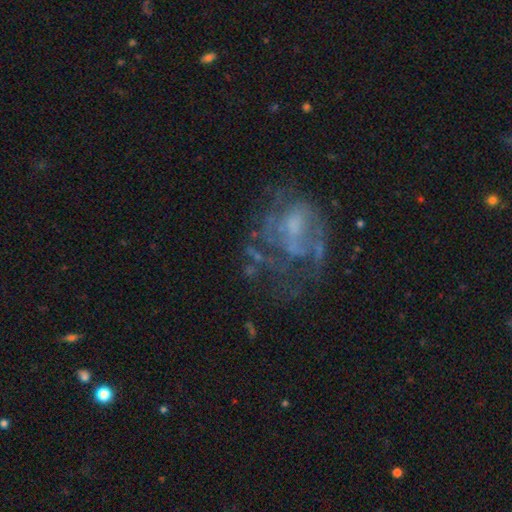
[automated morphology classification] A featured or disk galaxy (68%) with no bar (64%), spiral arms (56%) and a small central bulge (31%, tied with none).

Vote fractions:
- Smooth or featured? featured or disk: 68% / smooth: 19% / star or artifact: 13%
- Edge-on disk? no: 97% / yes: 3%
- Bar? no: 64% / weak: 29% / strong: 7%
- Spiral arms? yes: 56% / no: 44%
- Bulge size? small: 31% (tied) / none: 31% (tied) / moderate: 30% / large: 6% / dominant: 2%
- Merging? none: 44% / major disturbance: 31% / minor disturbance: 19% / merger: 6%